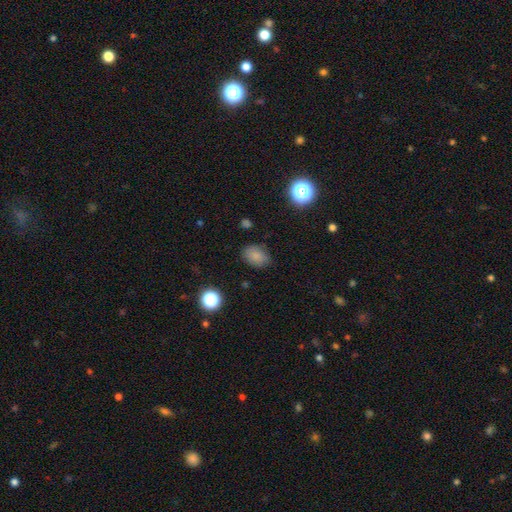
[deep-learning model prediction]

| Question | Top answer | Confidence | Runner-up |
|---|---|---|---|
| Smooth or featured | smooth | 82% | star or artifact (12%) |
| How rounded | in between | 72% | round (26%) |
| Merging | none | 78% | minor disturbance (16%) |